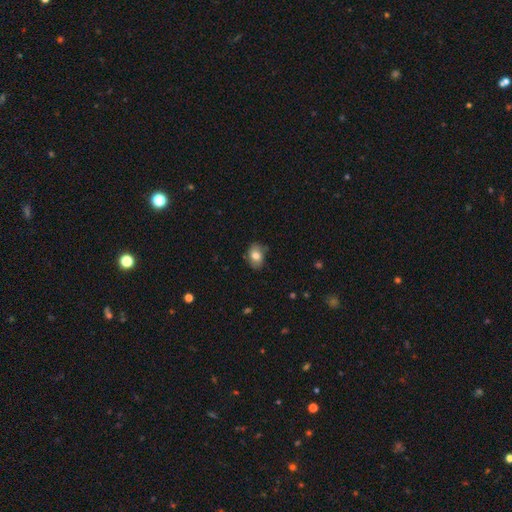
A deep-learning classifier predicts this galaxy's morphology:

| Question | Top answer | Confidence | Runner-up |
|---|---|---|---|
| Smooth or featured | smooth | 78% | featured or disk (14%) |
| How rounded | in between | 73% | round (26%) |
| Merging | none | 78% | minor disturbance (17%) |